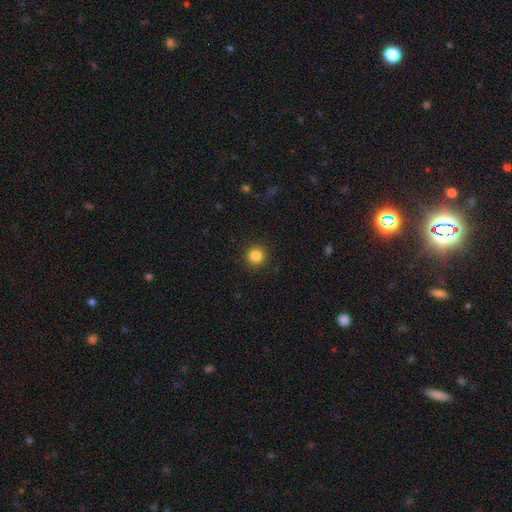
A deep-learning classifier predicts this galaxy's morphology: Smooth or featured? Predicted: smooth (p=0.85). How rounded? Predicted: round (p=0.94). Merging? Predicted: none (p=0.92).